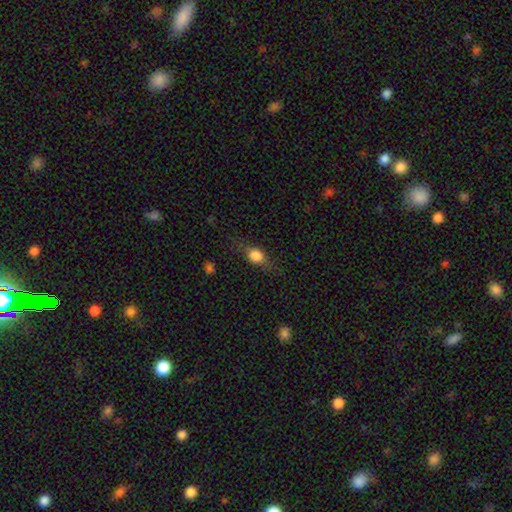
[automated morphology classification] This appears to be a smooth galaxy with no disk features (69%) that is in between round and cigar-shaped (52%). Merging: none (68%).